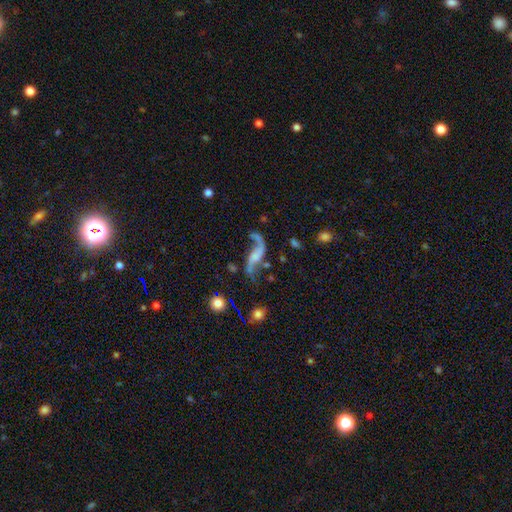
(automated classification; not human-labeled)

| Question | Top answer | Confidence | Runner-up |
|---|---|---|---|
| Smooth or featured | featured or disk | 83% | smooth (10%) |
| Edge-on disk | no | 94% | yes (6%) |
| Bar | no | 53% | weak (32%) |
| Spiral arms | yes | 91% | no (9%) |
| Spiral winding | loose | 93% | medium (5%) |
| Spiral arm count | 2 | 88% | 1 (7%) |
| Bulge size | none | 48% | small (26%) |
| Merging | none | 53% | major disturbance (19%) |